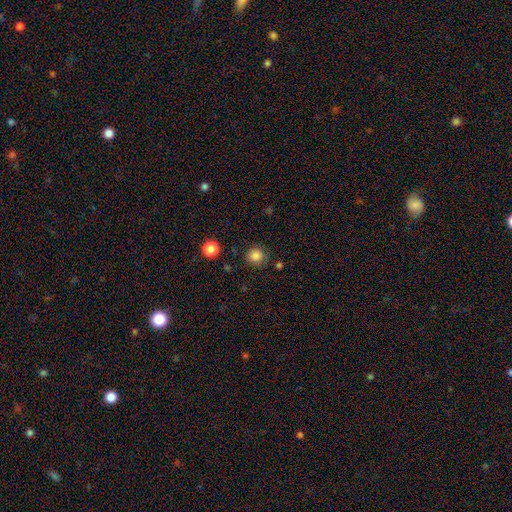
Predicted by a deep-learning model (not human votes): Overall: smooth (84%). How rounded: round (92%). Merging: none (85%).